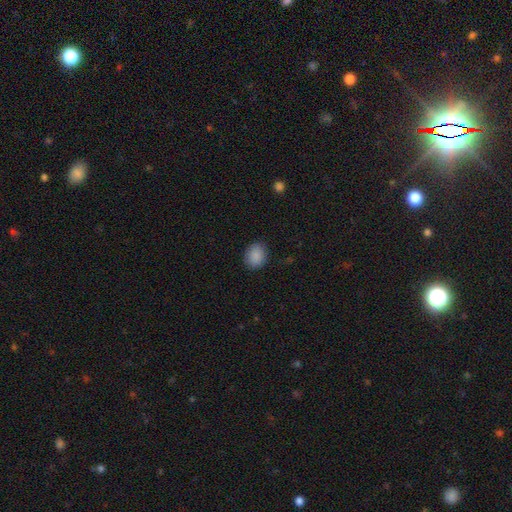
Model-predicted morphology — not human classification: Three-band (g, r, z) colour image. It shows a smooth galaxy with no disk features (89%) that is round (50%). Merging: none (85%).